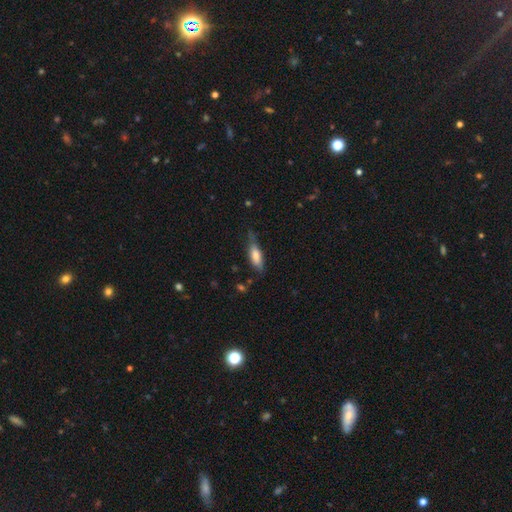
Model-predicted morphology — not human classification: This is likely a smooth galaxy (72%). How rounded: possibly in between (56%). Merging: possibly none (54%).